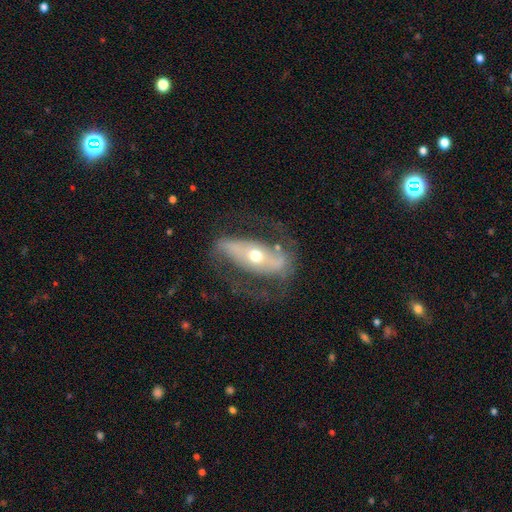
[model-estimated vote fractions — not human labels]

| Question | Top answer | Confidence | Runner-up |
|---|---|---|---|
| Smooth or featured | featured or disk | 76% | smooth (18%) |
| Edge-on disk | no | 85% | yes (15%) |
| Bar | no | 40% | strong (36%) |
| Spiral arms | yes | 73% | no (27%) |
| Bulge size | moderate | 68% | small (24%) |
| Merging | none | 61% | major disturbance (19%) |